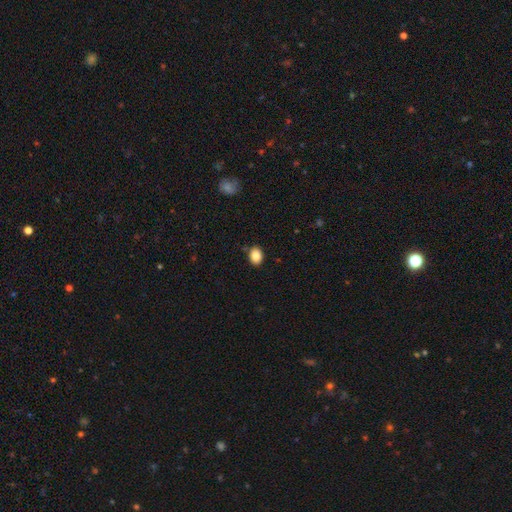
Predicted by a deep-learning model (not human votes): This appears to be a smooth galaxy with no disk features (85%) that is in between round and cigar-shaped (72%). Merging: none (87%).